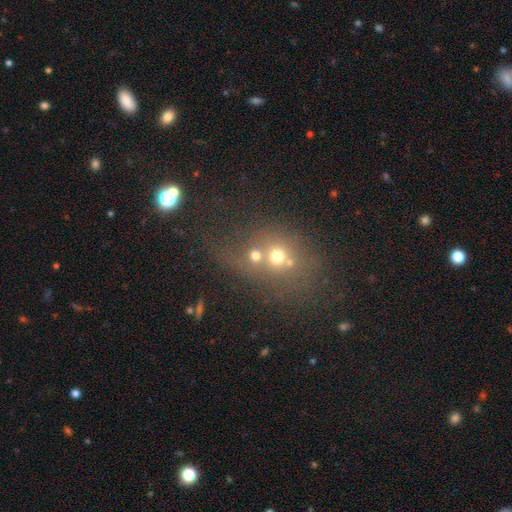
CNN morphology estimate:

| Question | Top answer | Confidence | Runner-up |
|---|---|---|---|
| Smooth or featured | smooth | 56% | star or artifact (25%) |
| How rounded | round | 76% | in between (22%) |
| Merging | merger | 44% | none (40%) |